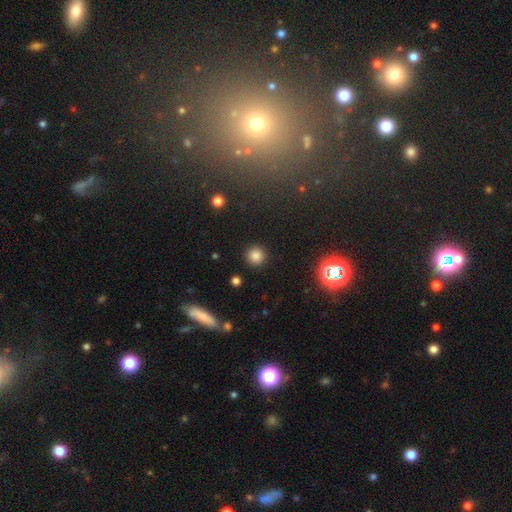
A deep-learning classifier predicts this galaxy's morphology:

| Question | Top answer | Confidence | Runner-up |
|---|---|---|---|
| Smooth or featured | smooth | 83% | star or artifact (12%) |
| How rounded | round | 94% | in between (5%) |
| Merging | none | 91% | minor disturbance (5%) |